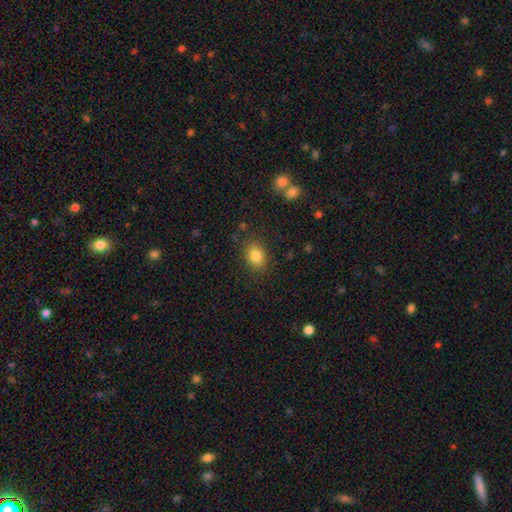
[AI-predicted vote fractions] Morphology: type=smooth (84%); roundness=in between (63%); merging=none (83%).